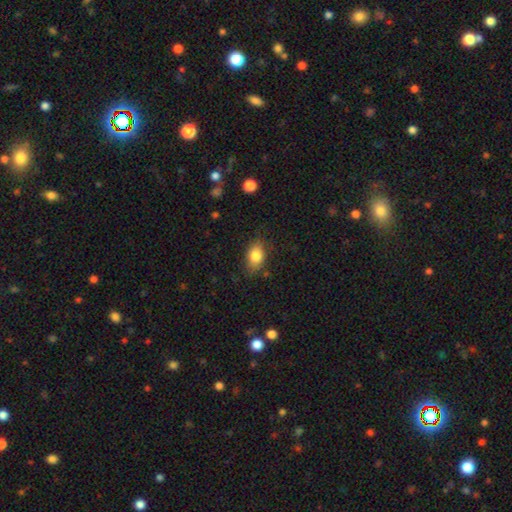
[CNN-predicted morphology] smooth_or_featured: smooth (p=0.82) [alt: featured or disk p=0.10]
how_rounded: in between (p=0.82) [alt: round p=0.15]
merging: none (p=0.79) [alt: minor disturbance p=0.16]